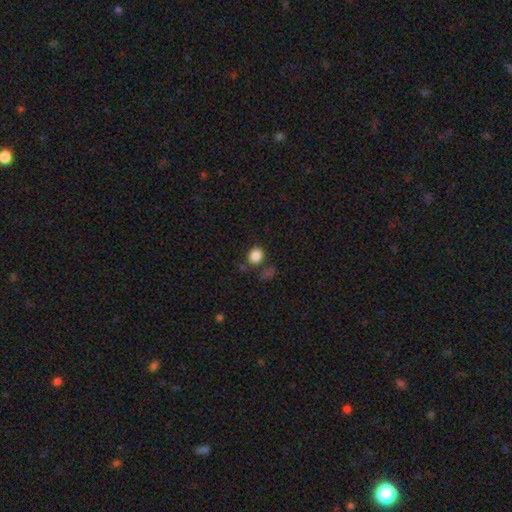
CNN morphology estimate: This appears to be a smooth galaxy with no disk features (85%) that is round (68%). Merging: none (74%).